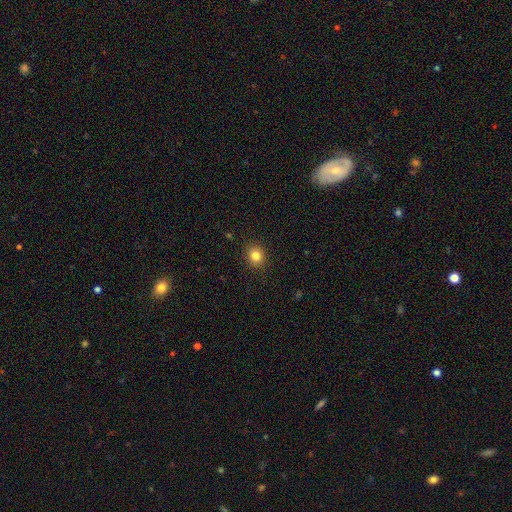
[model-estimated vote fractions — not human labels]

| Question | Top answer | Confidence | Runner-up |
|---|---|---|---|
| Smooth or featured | smooth | 83% | star or artifact (12%) |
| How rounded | round | 78% | in between (22%) |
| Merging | none | 91% | minor disturbance (7%) |